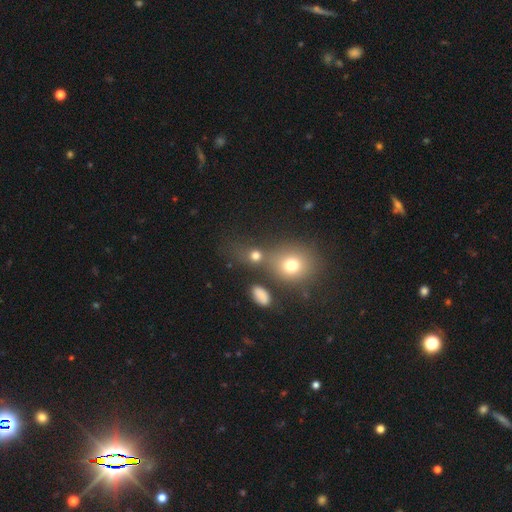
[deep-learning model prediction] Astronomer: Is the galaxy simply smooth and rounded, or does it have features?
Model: smooth — 72%.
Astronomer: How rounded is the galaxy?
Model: round — 70%.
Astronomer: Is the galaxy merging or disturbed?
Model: none — 51% (runner-up: merger, 32%).